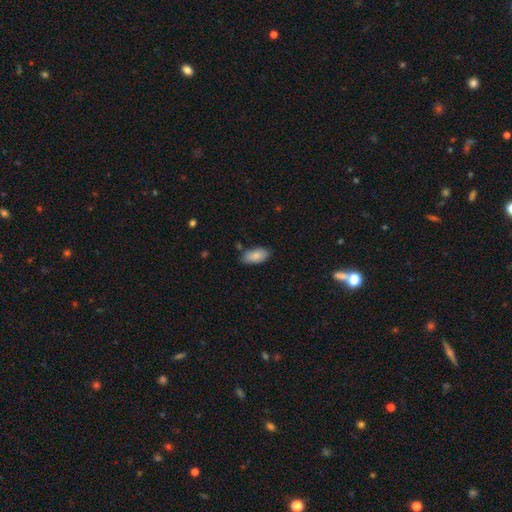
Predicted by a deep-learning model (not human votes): Smooth or featured? Predicted: smooth (p=0.84). How rounded? Predicted: in between (p=0.93). Merging? Predicted: none (p=0.76).